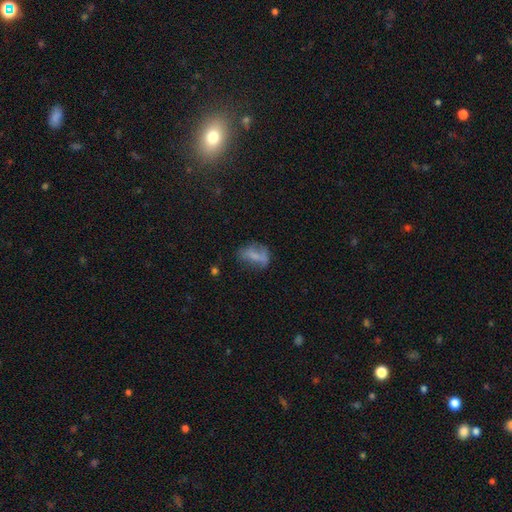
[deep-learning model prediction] smooth-or-featured: smooth: 55% | featured or disk: 32% | star or artifact: 13%
  how-rounded: in between: 78% | round: 13% | cigar-shaped: 10%
  merging: none: 42% | minor disturbance: 27% | major disturbance: 25% | merger: 6%